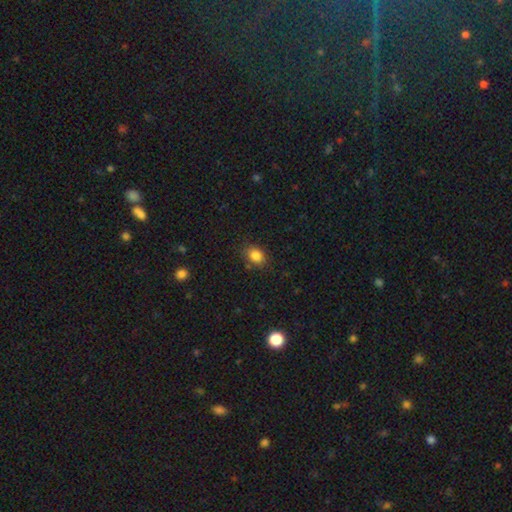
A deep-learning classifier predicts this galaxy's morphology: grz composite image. It shows a smooth galaxy with no disk features (84%) that is in between round and cigar-shaped (56%). Merging: none (80%).